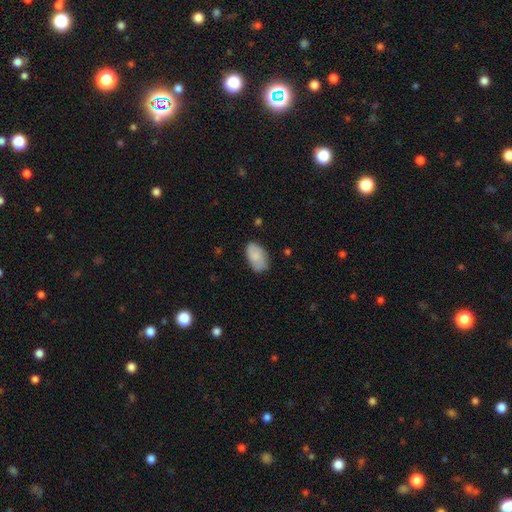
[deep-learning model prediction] This is clearly a smooth galaxy (84%). How rounded: clearly in between (93%). Merging: likely none (76%).